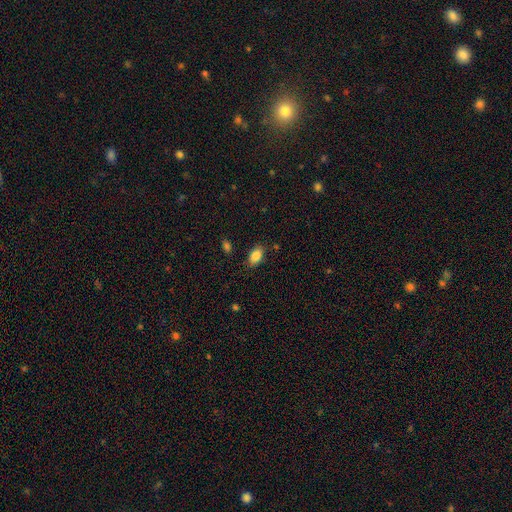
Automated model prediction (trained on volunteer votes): Smooth or featured? smooth (85%)
How rounded? in between (88%)
Merging? none (82%)